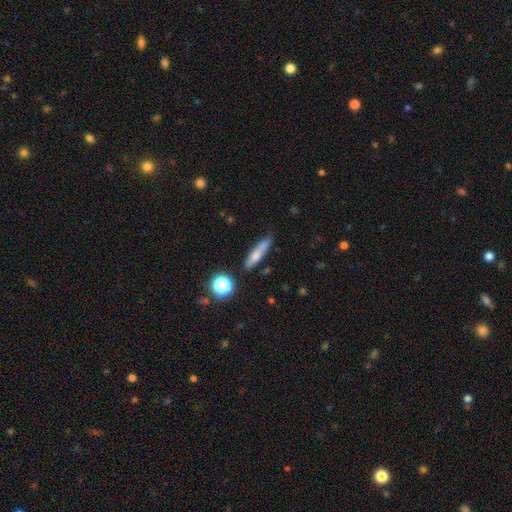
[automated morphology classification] This appears to be a smooth galaxy with no disk features (64%) that is cigar-shaped (80%). Merging: none (76%).